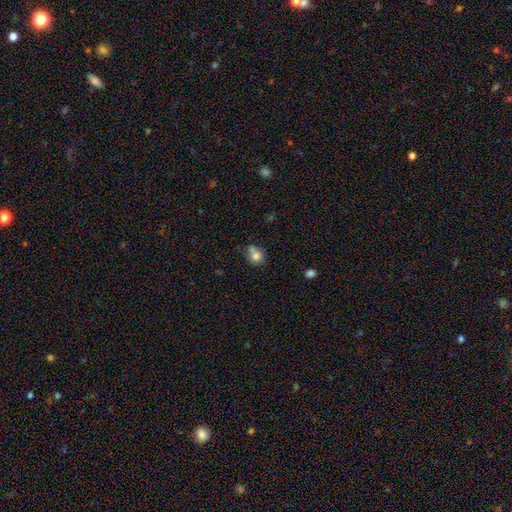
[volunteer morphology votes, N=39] smooth 77%, featured or disk 13%, star or artifact 10%. Down the decision tree: how rounded — round (63%); merging — none (43%).